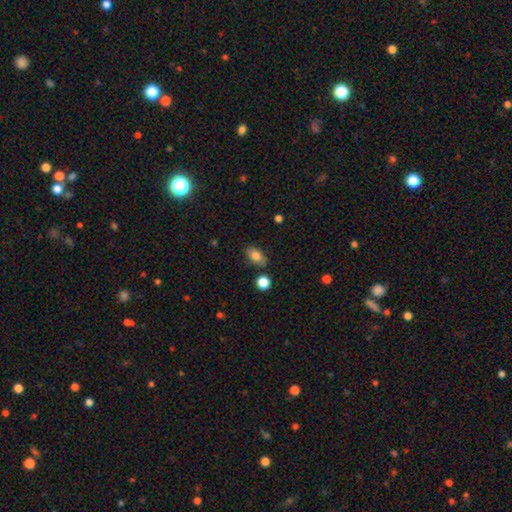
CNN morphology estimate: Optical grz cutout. It shows a smooth galaxy with no disk features (81%) that is in between round and cigar-shaped (89%). Merging: none (76%).